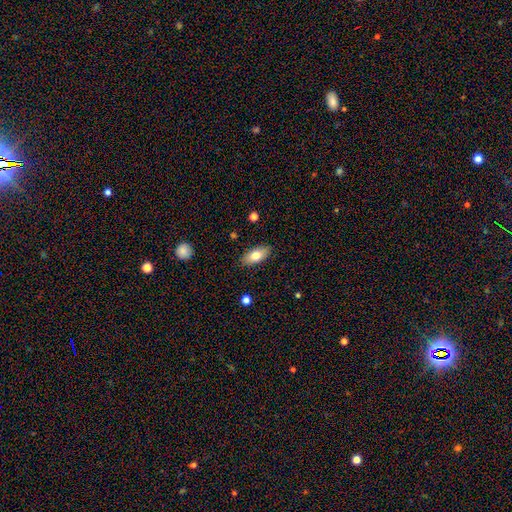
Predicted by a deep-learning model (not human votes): Morphology: type=smooth (76%); roundness=in between (88%); merging=none (87%).